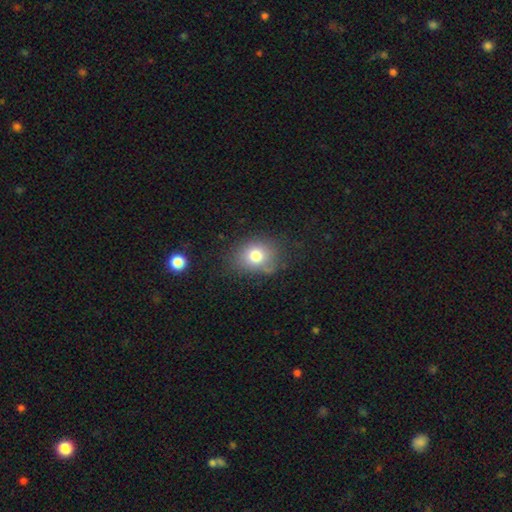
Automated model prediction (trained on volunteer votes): Smooth or featured? Predicted: smooth (p=0.76). How rounded? Predicted: round (p=0.56). Merging? Predicted: none (p=0.70).